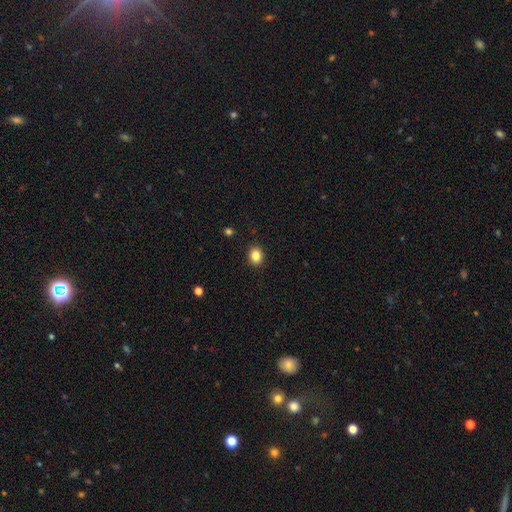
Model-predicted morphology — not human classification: smooth-or-featured: smooth: 86% | star or artifact: 10% | featured or disk: 4%
  how-rounded: round: 52% | in between: 47% | cigar-shaped: 1%
  merging: none: 90% | minor disturbance: 7% | major disturbance: 2% | merger: 1%